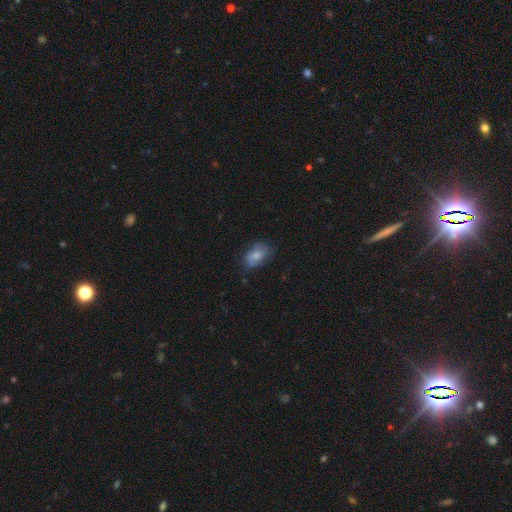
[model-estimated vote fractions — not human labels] Q: Smooth or featured?
A: smooth (65%); runner-up: featured or disk (26%)
Q: How rounded?
A: in between (84%); runner-up: round (15%)
Q: Merging?
A: none (61%); runner-up: minor disturbance (28%)